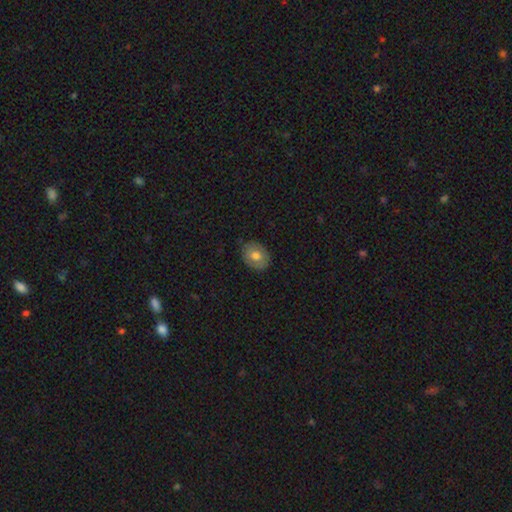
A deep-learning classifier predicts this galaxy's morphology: Smooth or featured? Predicted: smooth (p=0.72). How rounded? Predicted: in between (p=0.55). Merging? Predicted: none (p=0.85).